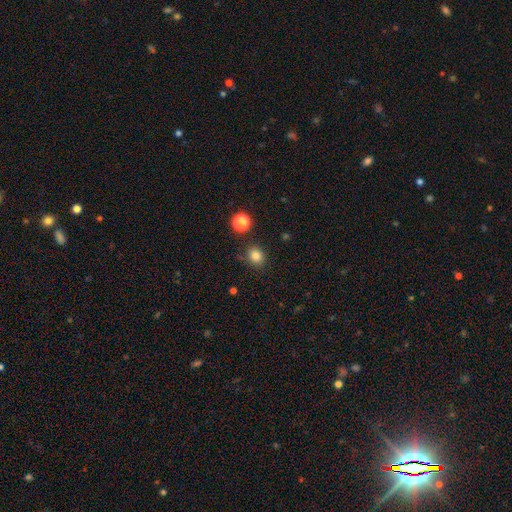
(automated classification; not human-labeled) Smooth or featured? smooth (81%)
How rounded? round (76%)
Merging? none (83%)